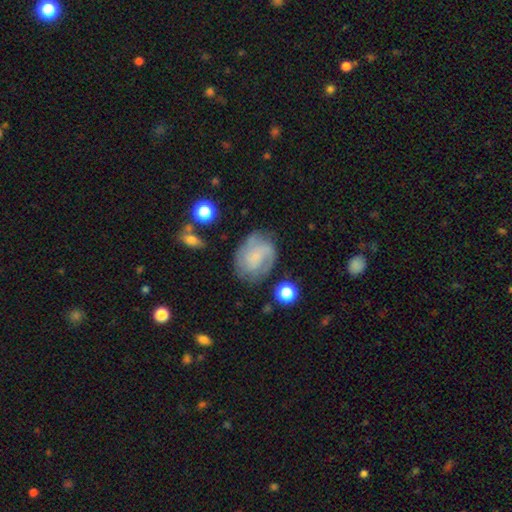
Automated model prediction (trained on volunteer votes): A featured or disk galaxy (61%) with no bar (60%), 2 (46%) tight (42%) spiral arms (86%) and a small central bulge (45%).

Vote fractions:
- Smooth or featured? featured or disk: 61% / smooth: 31% / star or artifact: 8%
- Edge-on disk? no: 97% / yes: 3%
- Bar? no: 60% / weak: 33% / strong: 7%
- Spiral arms? yes: 86% / no: 14%
- Spiral winding? tight: 42% / medium: 41% / loose: 18%
- Spiral arm count? 2: 46% / can't tell: 29% / 3: 13% / 1: 6% / 4: 3% / more than 4: 3%
- Bulge size? small: 45% / none: 36% / moderate: 14% / large: 4% / dominant: 2%
- Merging? none: 63% / minor disturbance: 22% / major disturbance: 12% / merger: 3%